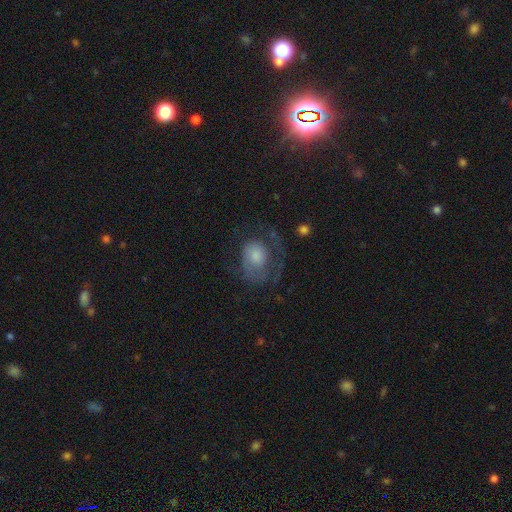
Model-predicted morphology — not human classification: A featured or disk galaxy (50%). Merging: none (43%).